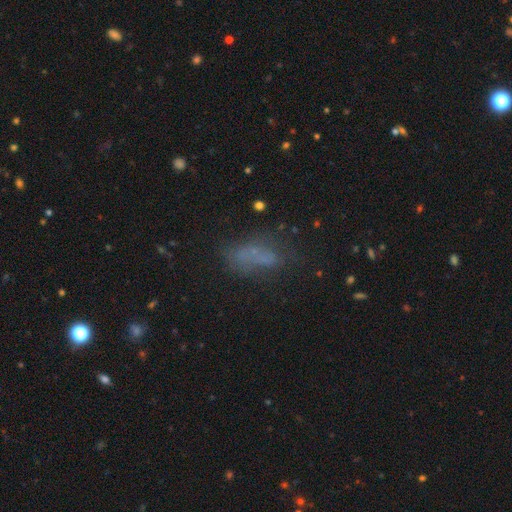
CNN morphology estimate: smooth-or-featured: smooth: 57% | featured or disk: 23% | star or artifact: 20%
  how-rounded: in between: 71% | cigar-shaped: 25% | round: 5%
  merging: none: 50% | minor disturbance: 23% | major disturbance: 20% | merger: 7%